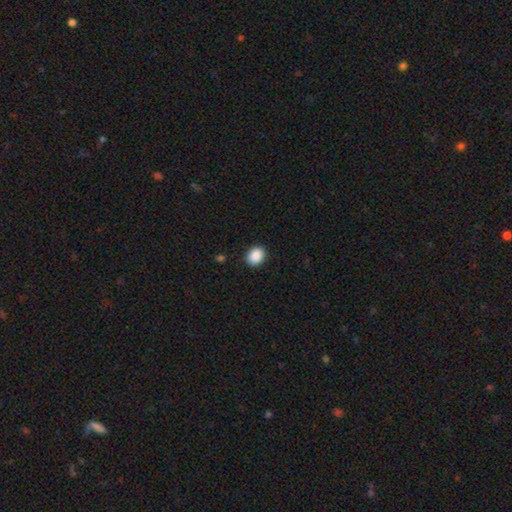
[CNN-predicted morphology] Smooth or featured: smooth — 90% (star or artifact — 8%)
How rounded: round — 50% (in between — 49%)
Merging: none — 90% (minor disturbance — 7%)